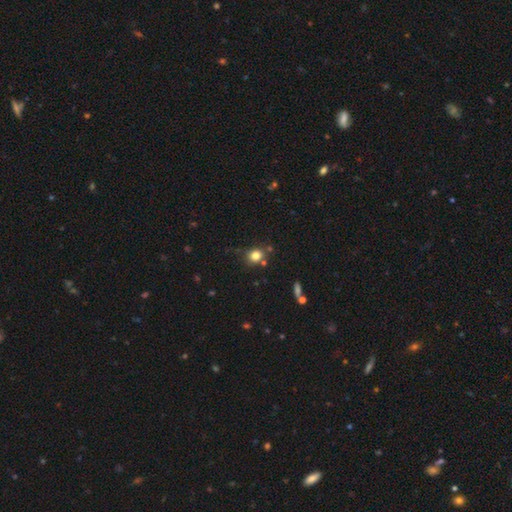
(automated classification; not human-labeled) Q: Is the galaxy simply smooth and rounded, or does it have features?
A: smooth — 80%.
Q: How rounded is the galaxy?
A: round — 78%.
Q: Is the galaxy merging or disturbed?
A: none — 72%.